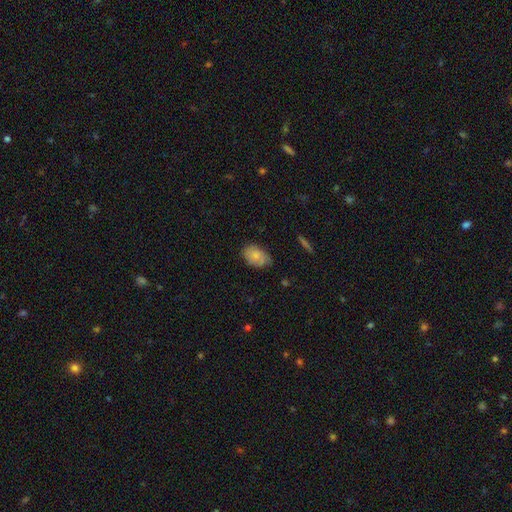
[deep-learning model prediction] smooth-or-featured: smooth: 69% | featured or disk: 23% | star or artifact: 7%
  how-rounded: in between: 85% | round: 13% | cigar-shaped: 1%
  merging: none: 69% | minor disturbance: 25% | major disturbance: 5% | merger: 1%